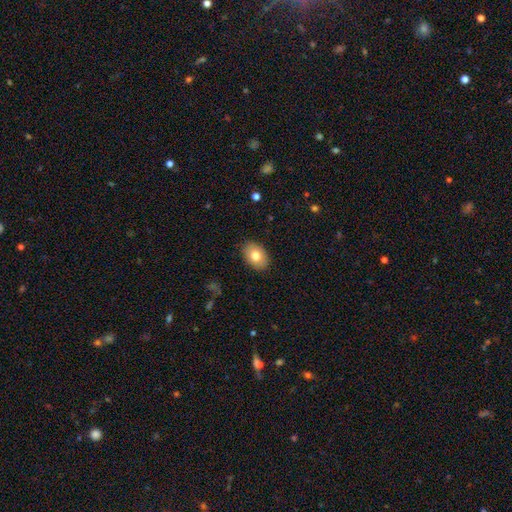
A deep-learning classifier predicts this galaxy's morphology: This is likely a smooth galaxy (78%). How rounded: clearly in between (83%). Merging: clearly none (88%).